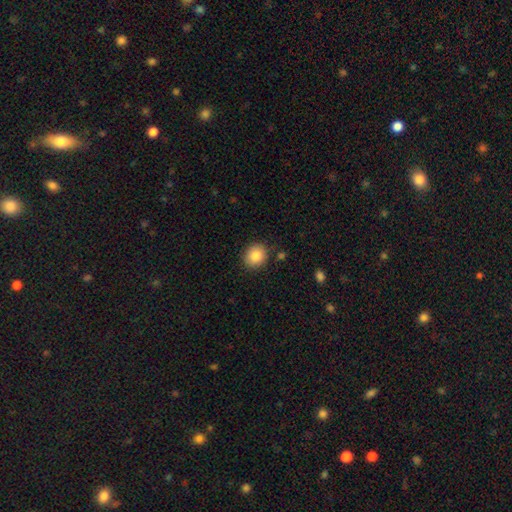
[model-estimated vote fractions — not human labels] Smooth or featured? Predicted: smooth (p=0.86). How rounded? Predicted: round (p=0.77). Merging? Predicted: none (p=0.87).